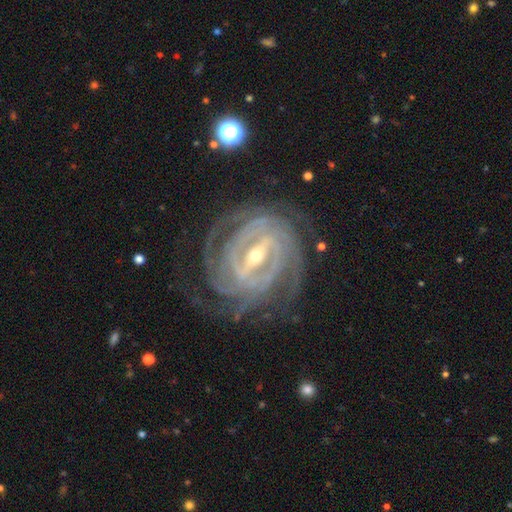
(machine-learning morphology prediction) type=featured or disk (93%); edge-on=no (95%); bar=strong (71%); spiral arms=yes (98%); winding=tight (80%); arm count=4 (33%); bulge=small (50%); merging=none (78%).